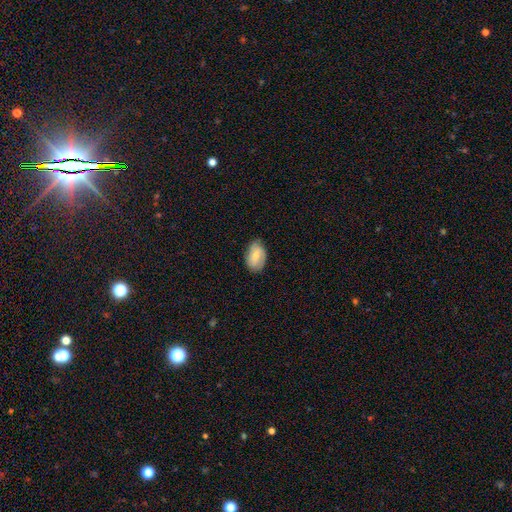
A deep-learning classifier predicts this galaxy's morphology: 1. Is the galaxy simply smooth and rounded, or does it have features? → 58% smooth, 34% featured or disk, 7% star or artifact.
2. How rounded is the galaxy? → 88% in between, 10% round, 2% cigar-shaped.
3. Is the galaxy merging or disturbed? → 74% none, 21% minor disturbance, 4% major disturbance, 1% merger.